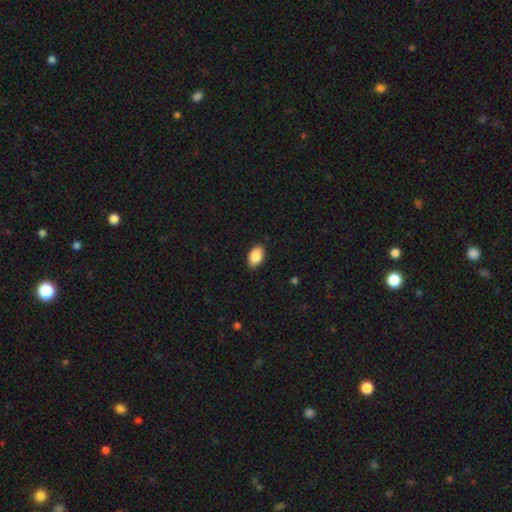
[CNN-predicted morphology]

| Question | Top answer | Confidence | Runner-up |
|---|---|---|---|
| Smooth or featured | smooth | 89% | star or artifact (7%) |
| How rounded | in between | 91% | round (7%) |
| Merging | none | 88% | minor disturbance (10%) |